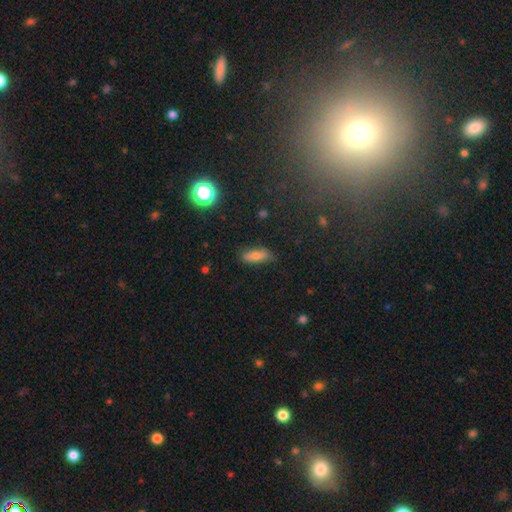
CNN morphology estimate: Q: Smooth or featured?
A: smooth (67%); runner-up: featured or disk (18%)
Q: How rounded?
A: in between (62%); runner-up: cigar-shaped (32%)
Q: Merging?
A: none (77%); runner-up: minor disturbance (17%)